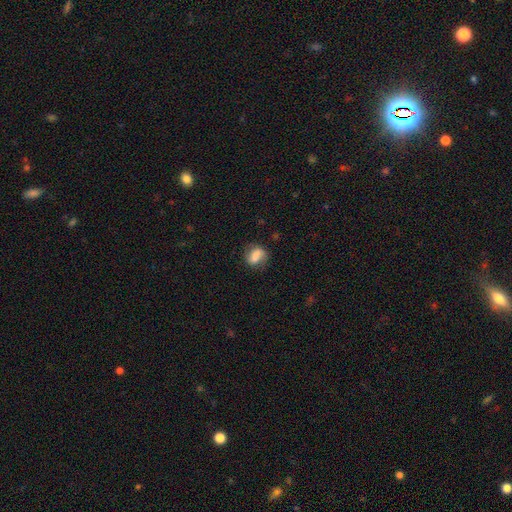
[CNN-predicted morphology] A smooth galaxy with no disk features (73%) that is in between round and cigar-shaped (59%). Merging: none (64%).